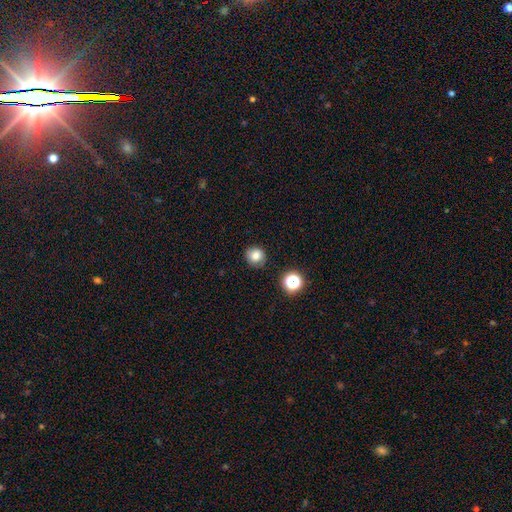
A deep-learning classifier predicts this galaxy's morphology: smooth-or-featured: smooth: 79% | star or artifact: 13% | featured or disk: 7%
  how-rounded: round: 89% | in between: 10% | cigar-shaped: 1%
  merging: none: 85% | minor disturbance: 10% | major disturbance: 3% | merger: 2%